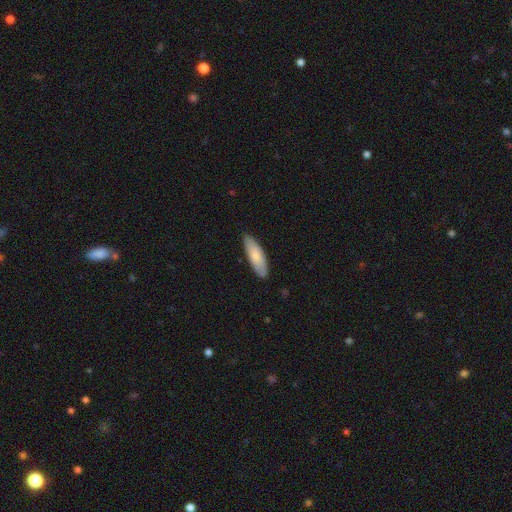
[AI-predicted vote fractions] Overall: smooth (77%). How rounded: in between (54%; cigar-shaped 44%). Merging: none (83%).